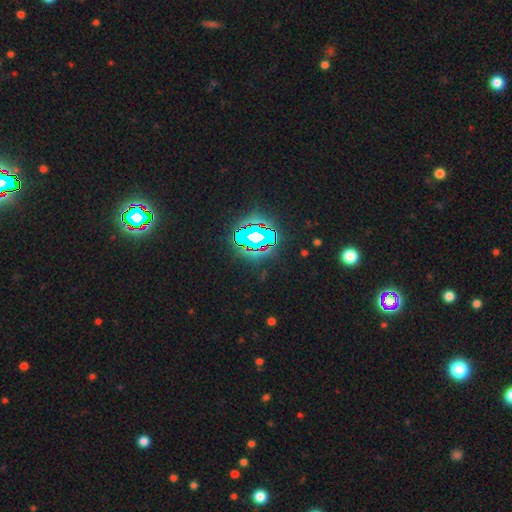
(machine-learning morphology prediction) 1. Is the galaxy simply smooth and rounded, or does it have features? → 85% star or artifact, 9% smooth, 7% featured or disk.